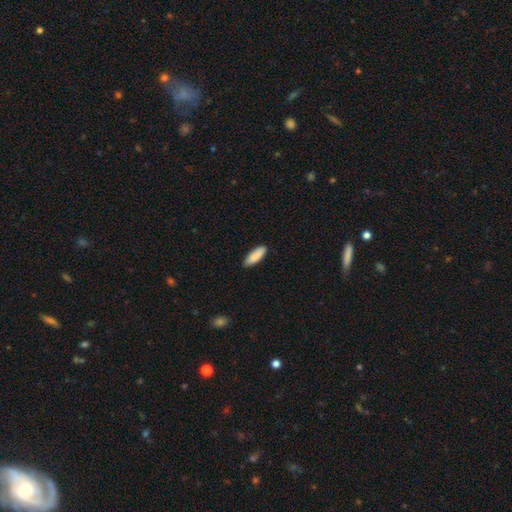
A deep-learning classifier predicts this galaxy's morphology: This appears to be a smooth galaxy with no disk features (89%) that is in between round and cigar-shaped (62%). Merging: none (87%).